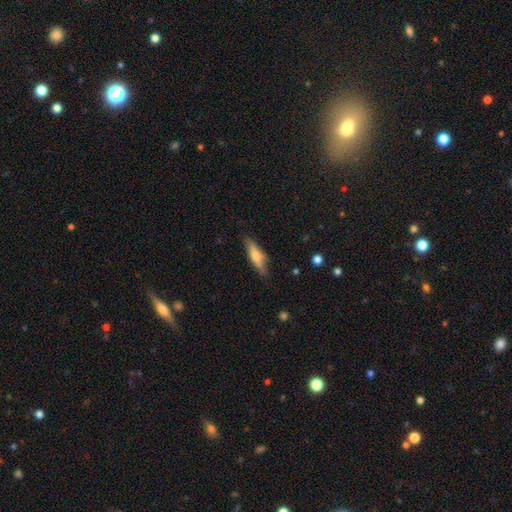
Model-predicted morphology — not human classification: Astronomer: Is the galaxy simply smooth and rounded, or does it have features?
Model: smooth — 60%.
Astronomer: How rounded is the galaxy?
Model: cigar-shaped — 63%.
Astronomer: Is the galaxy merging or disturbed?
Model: none — 76%.